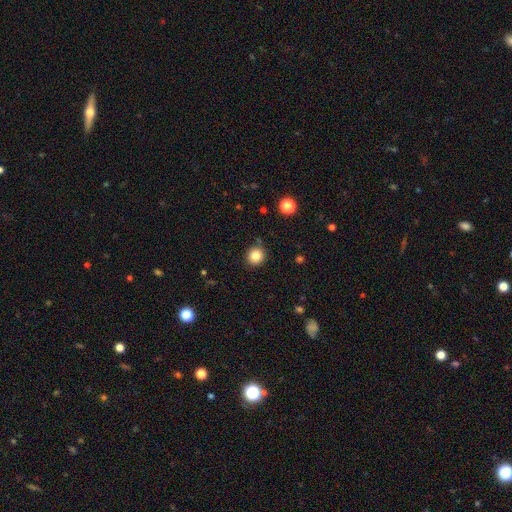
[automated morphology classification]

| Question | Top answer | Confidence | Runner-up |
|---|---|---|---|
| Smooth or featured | smooth | 83% | star or artifact (11%) |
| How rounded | round | 90% | in between (9%) |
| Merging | none | 88% | minor disturbance (8%) |